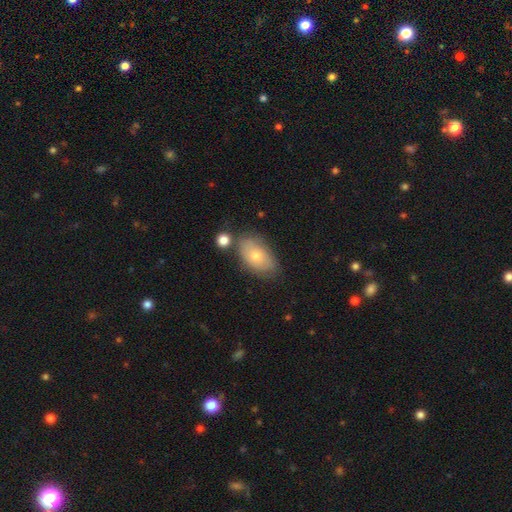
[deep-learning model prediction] Q: Smooth or featured?
A: smooth (66%); runner-up: featured or disk (26%)
Q: How rounded?
A: in between (91%); runner-up: round (8%)
Q: Merging?
A: none (68%); runner-up: minor disturbance (19%)